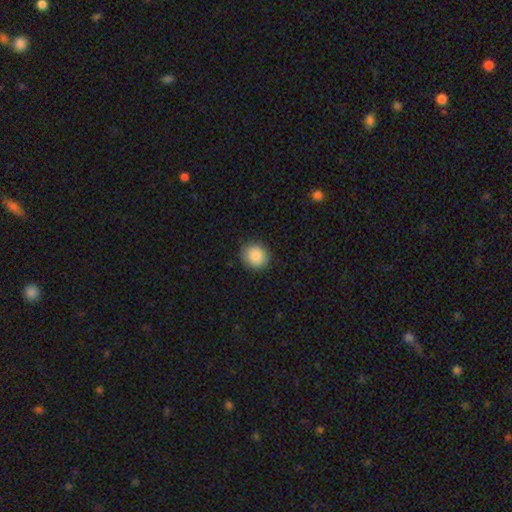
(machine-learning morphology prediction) Q: Smooth or featured?
A: smooth (89%); runner-up: star or artifact (8%)
Q: How rounded?
A: round (80%); runner-up: in between (19%)
Q: Merging?
A: none (89%); runner-up: minor disturbance (8%)